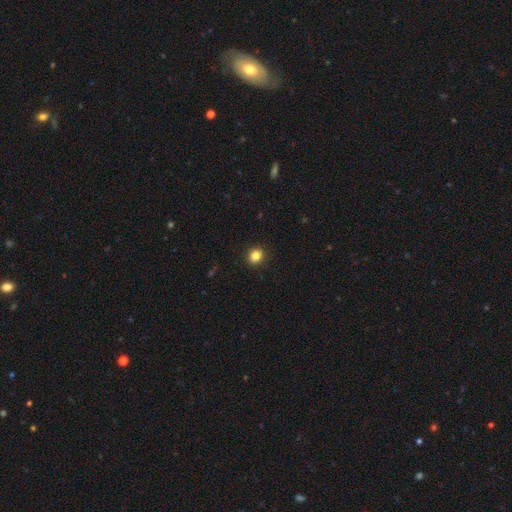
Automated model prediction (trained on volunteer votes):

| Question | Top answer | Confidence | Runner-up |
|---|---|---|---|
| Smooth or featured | smooth | 84% | star or artifact (11%) |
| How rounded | round | 78% | in between (21%) |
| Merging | none | 92% | minor disturbance (5%) |